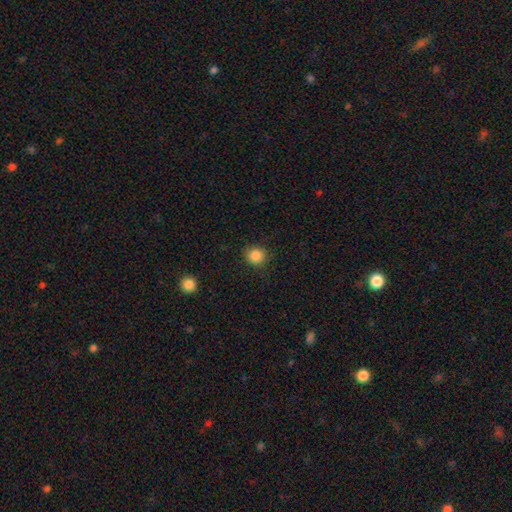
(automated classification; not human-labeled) Overall: smooth (86%). How rounded: round (91%). Merging: none (87%).